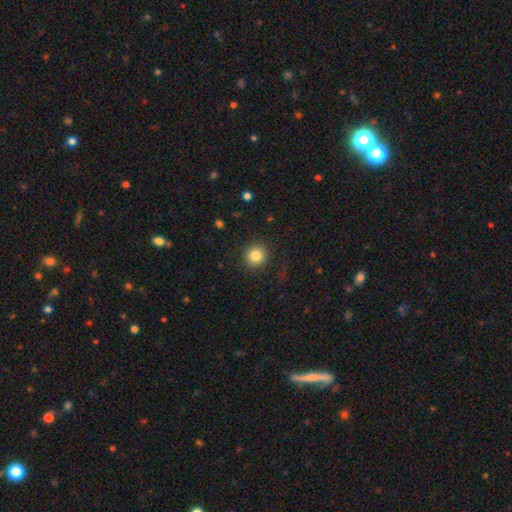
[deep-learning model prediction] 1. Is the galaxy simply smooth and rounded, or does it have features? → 84% smooth, 10% star or artifact, 6% featured or disk.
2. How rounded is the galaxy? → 89% round, 11% in between, 1% cigar-shaped.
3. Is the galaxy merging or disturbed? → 88% none, 7% minor disturbance, 3% major disturbance, 1% merger.